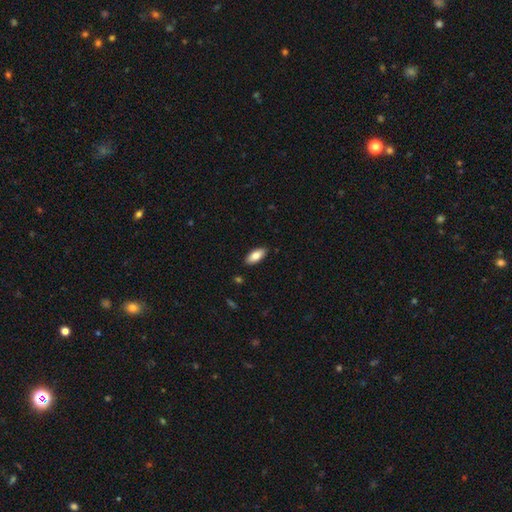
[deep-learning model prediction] Overall: smooth (83%). How rounded: in between (88%). Merging: none (89%).